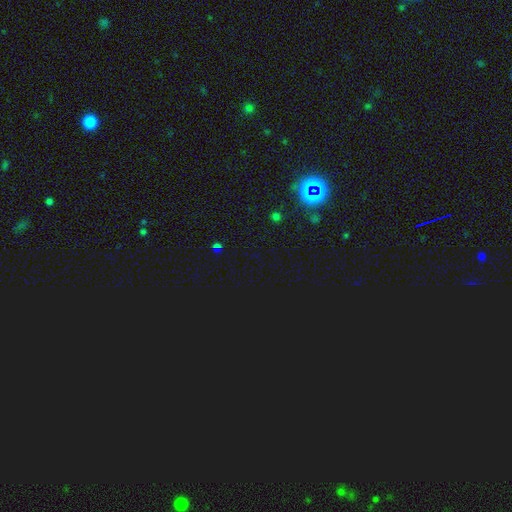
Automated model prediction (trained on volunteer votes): Smooth or featured? star or artifact (72%)